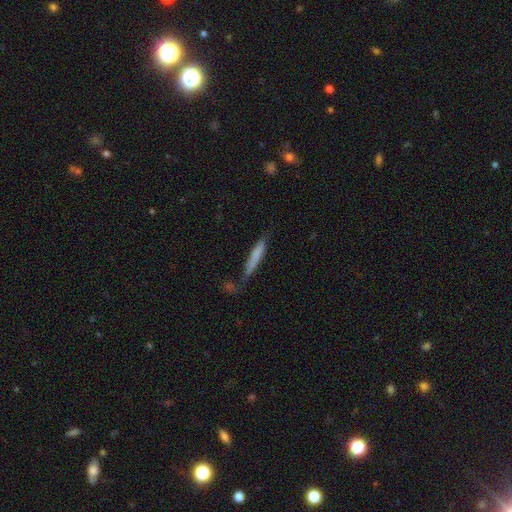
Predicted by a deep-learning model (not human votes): The model was most divided on "smooth or featured": smooth: 70%, featured or disk: 23%, star or artifact: 6%. More confident: how rounded — cigar-shaped (93%); merging — none (69%).